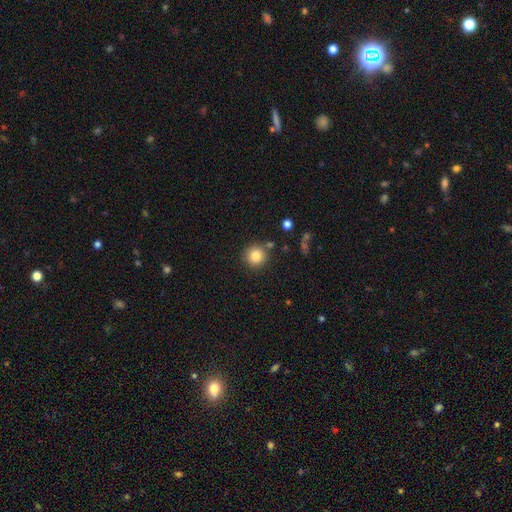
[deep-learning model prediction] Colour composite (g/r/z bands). It shows a smooth galaxy with no disk features (84%) that is round (94%). Merging: none (83%).